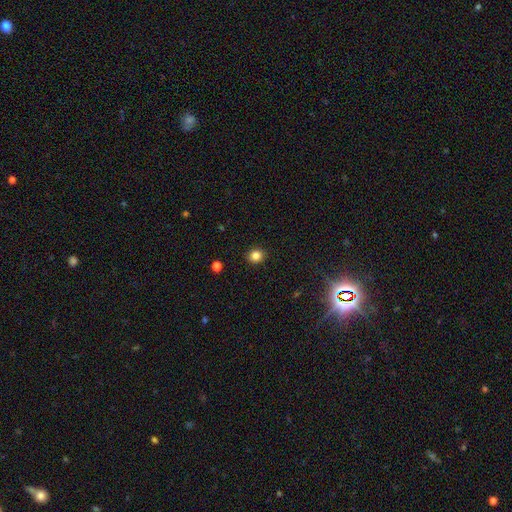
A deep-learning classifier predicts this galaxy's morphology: A smooth galaxy with no disk features (84%) that is round (82%).

Vote fractions:
- Smooth or featured? smooth: 84% / star or artifact: 12% / featured or disk: 4%
- How rounded? round: 82% / in between: 17% / cigar-shaped: 1%
- Merging? none: 92% / minor disturbance: 6% / major disturbance: 2% / merger: 1%